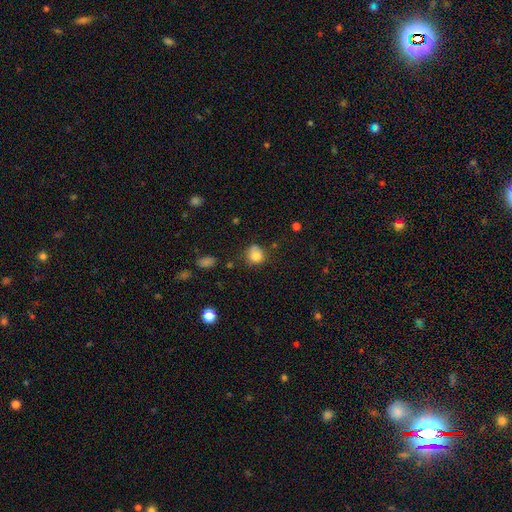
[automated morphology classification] A smooth galaxy with no disk features (80%) that is round (82%).

Vote fractions:
- Smooth or featured? smooth: 80% / star or artifact: 11% / featured or disk: 9%
- How rounded? round: 82% / in between: 17% / cigar-shaped: 1%
- Merging? none: 61% / minor disturbance: 25% / major disturbance: 8% / merger: 6%